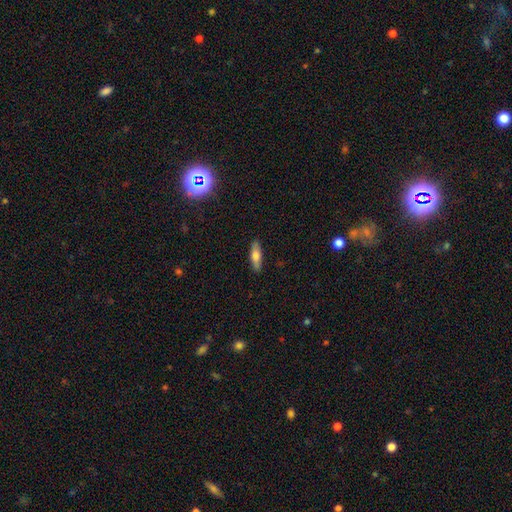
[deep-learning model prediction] This is likely a smooth galaxy (66%). How rounded: possibly cigar-shaped (53%). Merging: clearly none (88%).